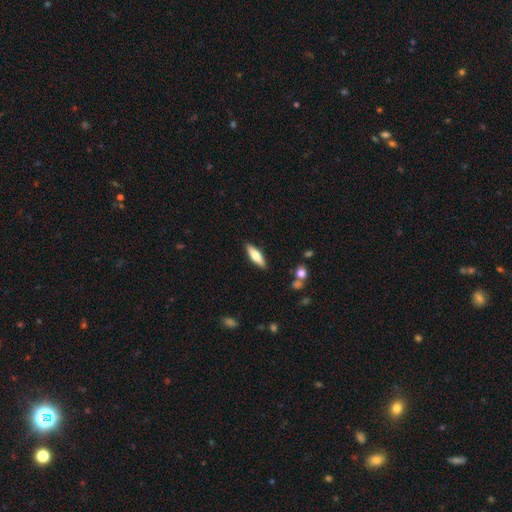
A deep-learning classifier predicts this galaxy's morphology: A smooth galaxy with no disk features (63%) that is cigar-shaped (58%).

Vote fractions:
- Smooth or featured? smooth: 63% / featured or disk: 31% / star or artifact: 6%
- How rounded? cigar-shaped: 58% / in between: 40% / round: 2%
- Merging? none: 88% / minor disturbance: 9% / major disturbance: 2% / merger: 1%